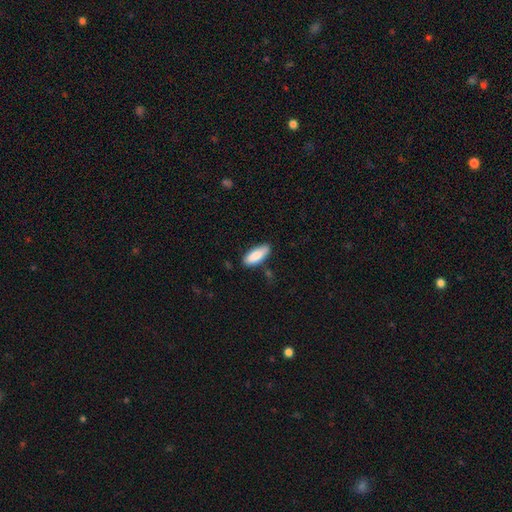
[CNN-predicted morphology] Q: Smooth or featured?
A: smooth (85%); runner-up: featured or disk (9%)
Q: How rounded?
A: in between (73%); runner-up: cigar-shaped (25%)
Q: Merging?
A: none (81%); runner-up: minor disturbance (14%)